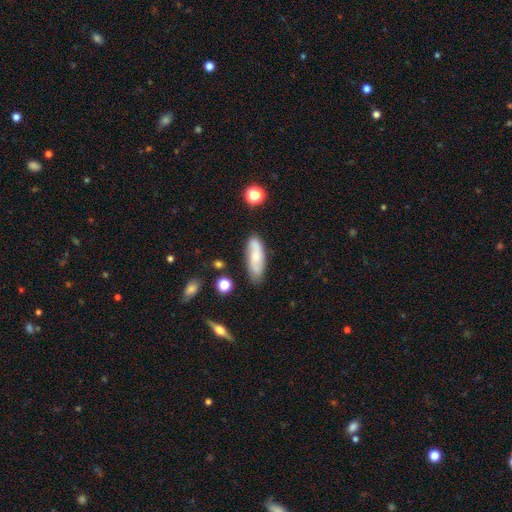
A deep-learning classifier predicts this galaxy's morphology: The model was most divided on "smooth or featured": smooth: 51%, featured or disk: 41%, star or artifact: 7%. More confident: merging — none (77%); how rounded — in between (62%).